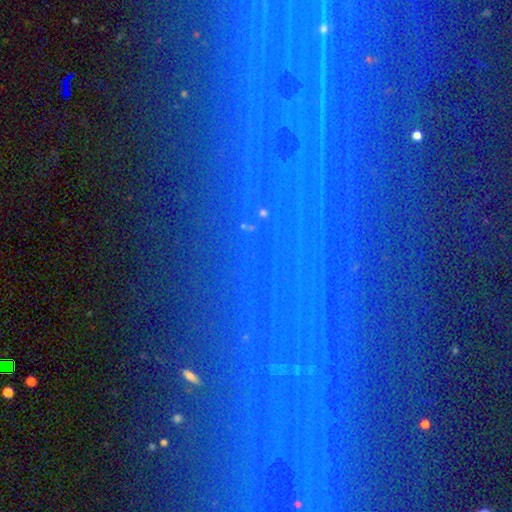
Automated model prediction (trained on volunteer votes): Smooth or featured? star or artifact (75%)